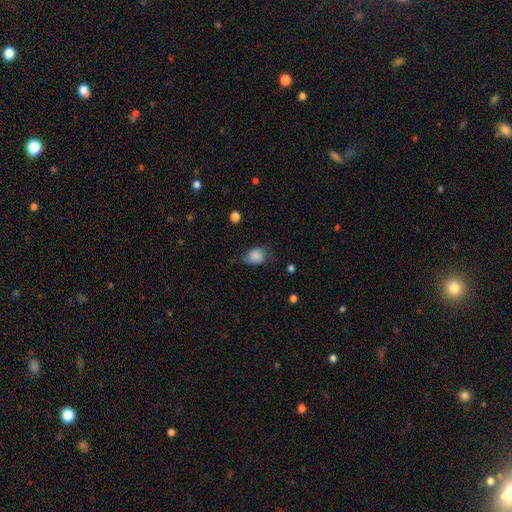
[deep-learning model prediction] This appears to be a smooth galaxy with no disk features (83%) that is in between round and cigar-shaped (55%). Merging: none (56%).